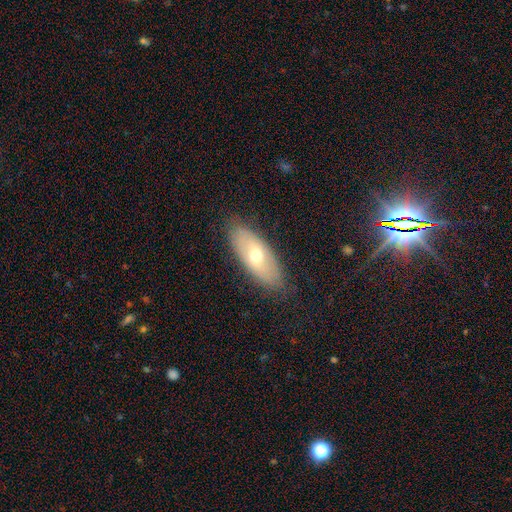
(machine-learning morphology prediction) Smooth or featured? Predicted: smooth (p=0.53). How rounded? Predicted: in between (p=0.79). Merging? Predicted: none (p=0.83).